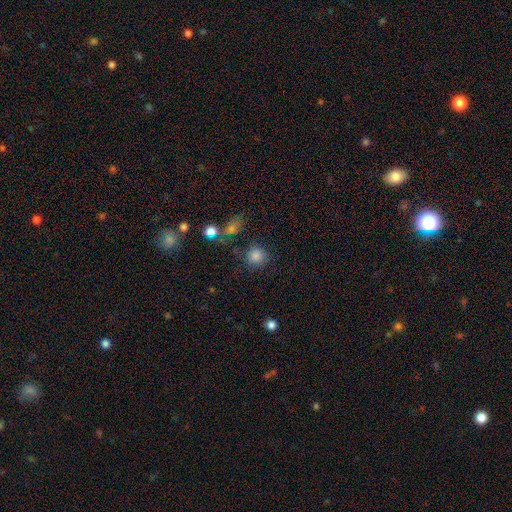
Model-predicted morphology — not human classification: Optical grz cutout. It shows a smooth galaxy with no disk features (82%) that is round (89%). Merging: none (79%).